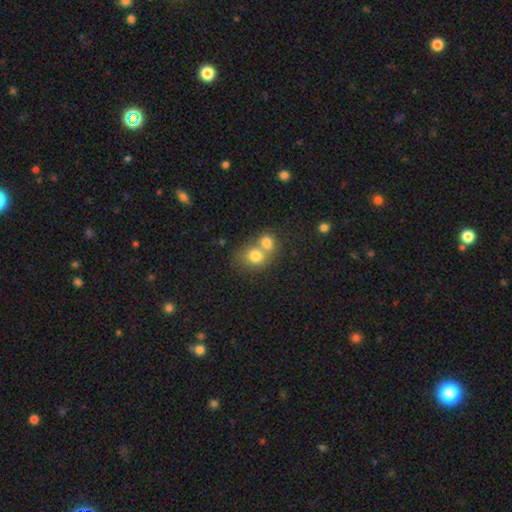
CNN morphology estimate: This appears to be a smooth galaxy with no disk features (78%) that is round (68%). Merging: merger (62%).